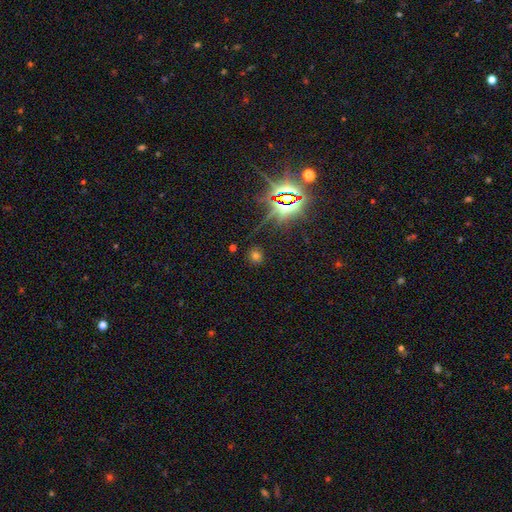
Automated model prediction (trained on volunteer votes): Smooth or featured: smooth — 56% (star or artifact — 36%)
How rounded: round — 83% (in between — 15%)
Merging: none — 85% (minor disturbance — 8%)